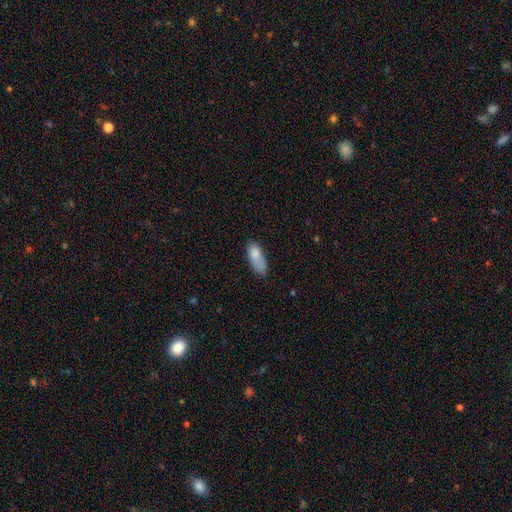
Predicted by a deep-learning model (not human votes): smooth-or-featured: smooth: 83% | featured or disk: 9% | star or artifact: 8%
  how-rounded: in between: 76% | cigar-shaped: 21% | round: 3%
  merging: none: 48% | minor disturbance: 34% | major disturbance: 12% | merger: 6%